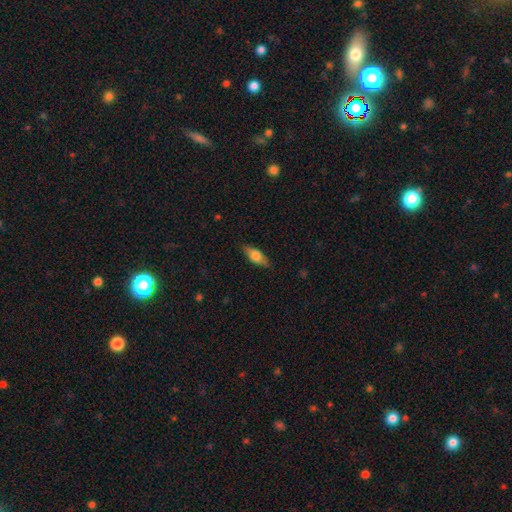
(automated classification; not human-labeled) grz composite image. It shows a smooth galaxy with no disk features (66%) that is in between round and cigar-shaped (70%). Merging: none (84%).